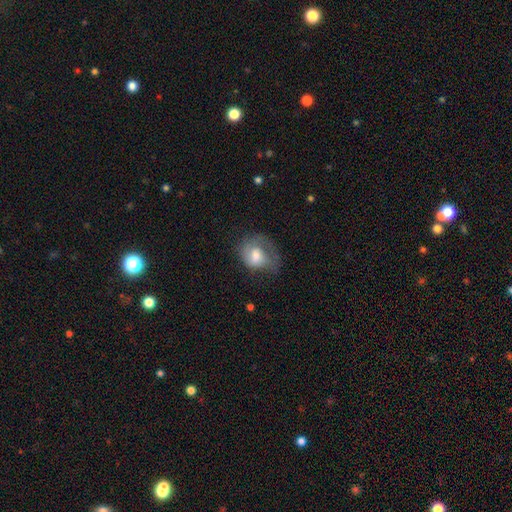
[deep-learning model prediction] smooth 57%, featured or disk 36%, star or artifact 8%. Down the decision tree: how rounded — in between (52%); merging — major disturbance (36%).